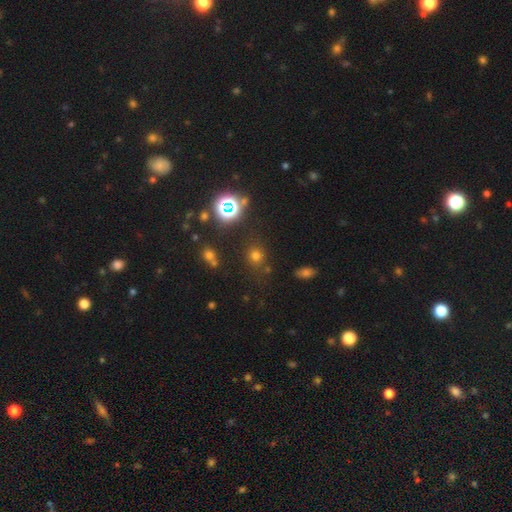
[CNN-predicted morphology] smooth 64%, star or artifact 28%, featured or disk 8%. Down the decision tree: how rounded — round (85%); merging — none (77%).